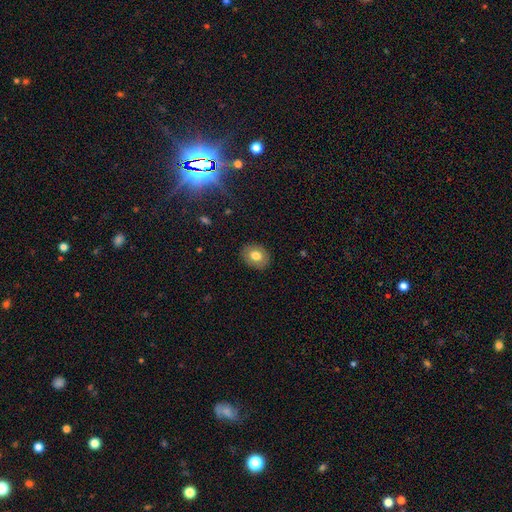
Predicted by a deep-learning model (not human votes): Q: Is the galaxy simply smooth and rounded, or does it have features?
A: smooth — 77%.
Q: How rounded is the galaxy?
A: in between — 57%.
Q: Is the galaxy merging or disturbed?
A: none — 88%.